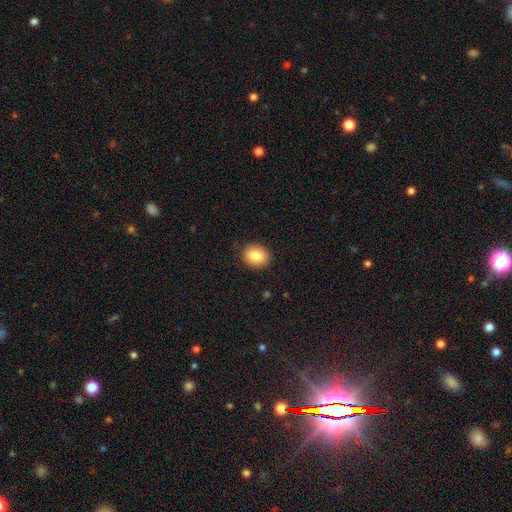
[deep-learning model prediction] The model was most divided on "how rounded": round: 57%, in between: 42%, cigar-shaped: 1%. More confident: merging — none (88%); smooth or featured — smooth (83%).